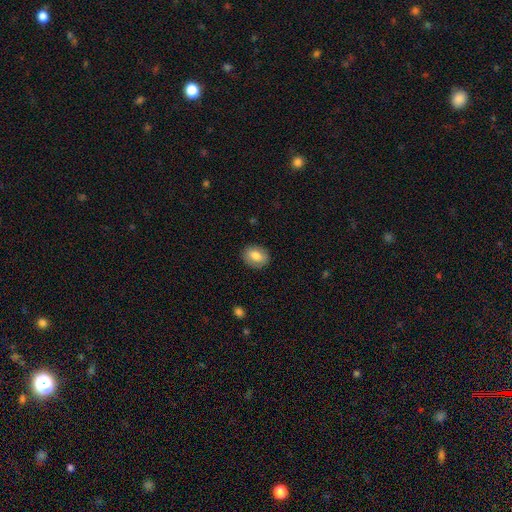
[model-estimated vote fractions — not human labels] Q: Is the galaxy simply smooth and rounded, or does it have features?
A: smooth — 79%.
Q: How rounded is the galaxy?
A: in between — 58%.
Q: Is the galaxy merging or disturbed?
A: none — 87%.